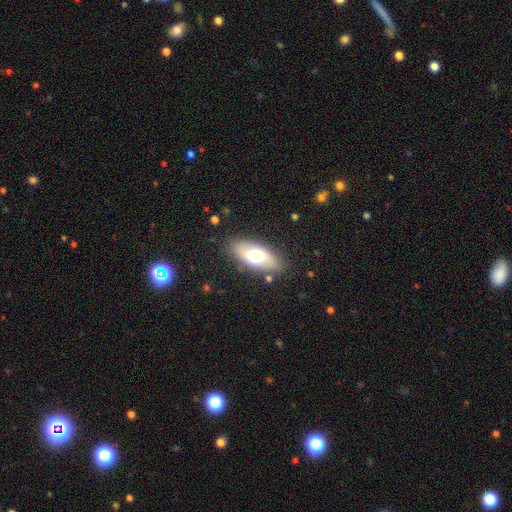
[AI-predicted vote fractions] Morphology: type=smooth (61%); roundness=in between (86%); merging=none (83%).